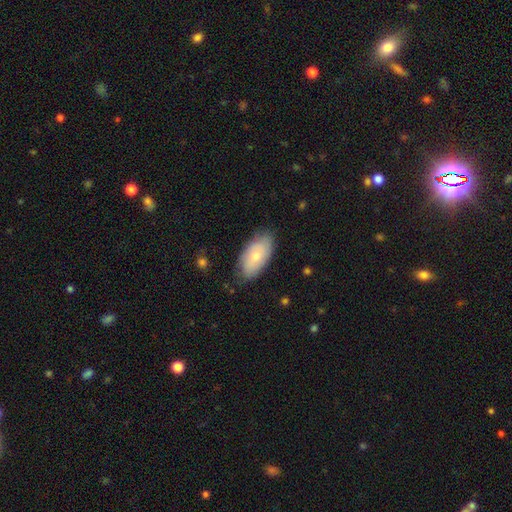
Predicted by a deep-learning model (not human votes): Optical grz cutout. It shows a smooth galaxy with no disk features (71%) that is in between round and cigar-shaped (94%). Merging: none (75%).